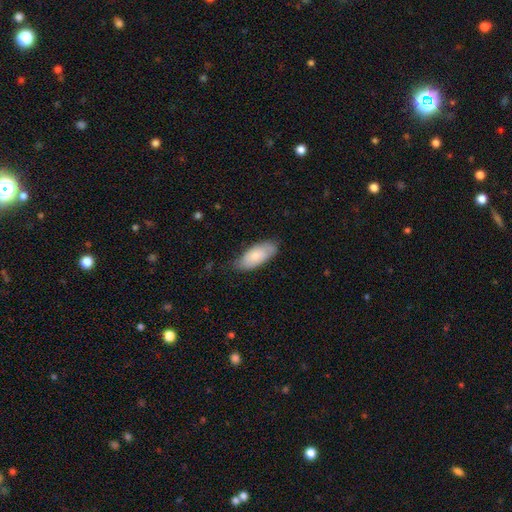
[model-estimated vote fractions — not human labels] smooth 78%, featured or disk 17%, star or artifact 5%. Down the decision tree: how rounded — in between (87%); merging — none (71%).